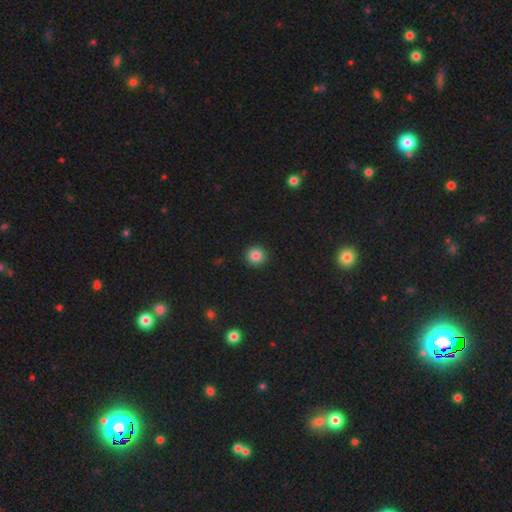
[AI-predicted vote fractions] Smooth or featured? smooth (85%)
How rounded? round (95%)
Merging? none (93%)